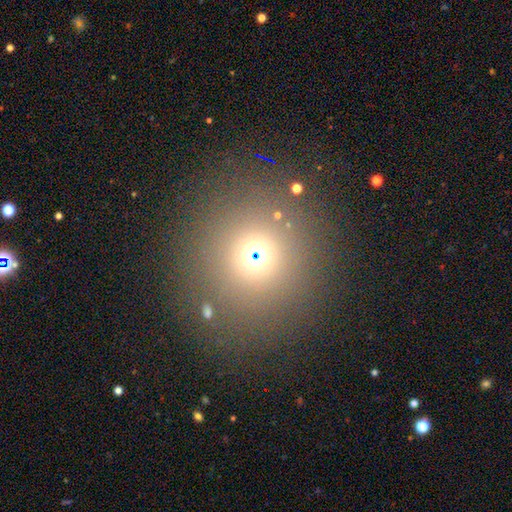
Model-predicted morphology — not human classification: A smooth galaxy with no disk features (59%) that is round (92%).

Vote fractions:
- Smooth or featured? smooth: 59% / star or artifact: 33% / featured or disk: 8%
- How rounded? round: 92% / in between: 7% / cigar-shaped: 1%
- Merging? none: 84% / minor disturbance: 7% / merger: 5% / major disturbance: 5%